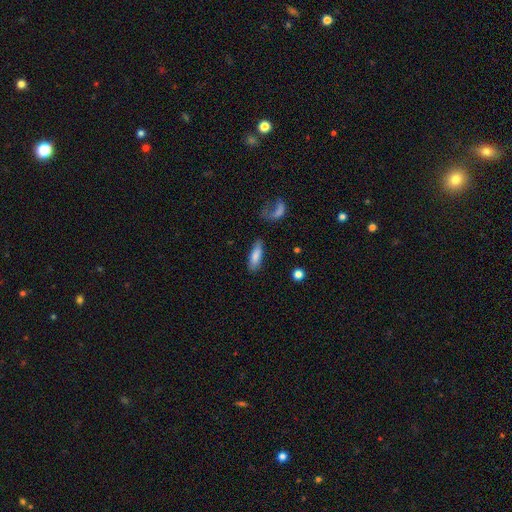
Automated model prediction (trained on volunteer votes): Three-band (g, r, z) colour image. It shows a smooth galaxy with no disk features (79%) that is in between round and cigar-shaped (57%). Merging: none (73%).